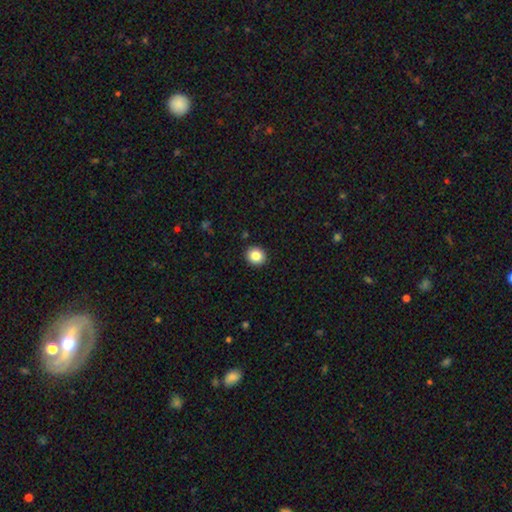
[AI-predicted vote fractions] The model was most divided on "how rounded": round: 82%, in between: 17%, cigar-shaped: 1%. More confident: merging — none (92%); smooth or featured — smooth (85%).